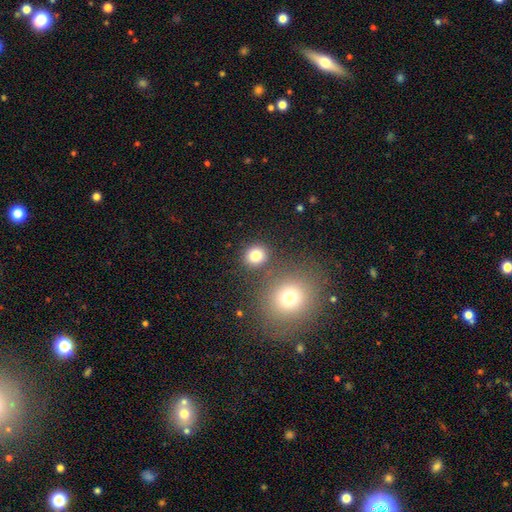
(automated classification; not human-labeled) Smooth or featured? Predicted: smooth (p=0.80). How rounded? Predicted: round (p=0.82). Merging? Predicted: none (p=0.80).